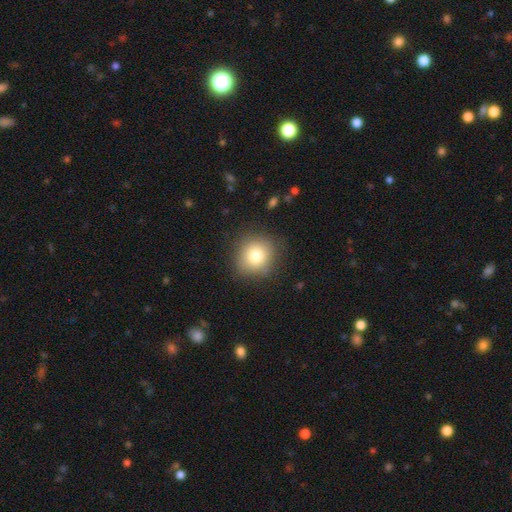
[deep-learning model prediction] Q: Smooth or featured?
A: smooth (80%); runner-up: star or artifact (11%)
Q: How rounded?
A: round (87%); runner-up: in between (12%)
Q: Merging?
A: none (86%); runner-up: minor disturbance (10%)